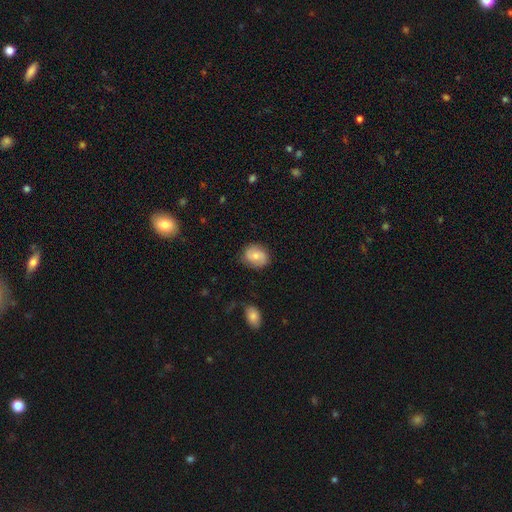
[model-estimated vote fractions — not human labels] Smooth or featured? smooth (61%)
How rounded? round (65%)
Merging? none (81%)